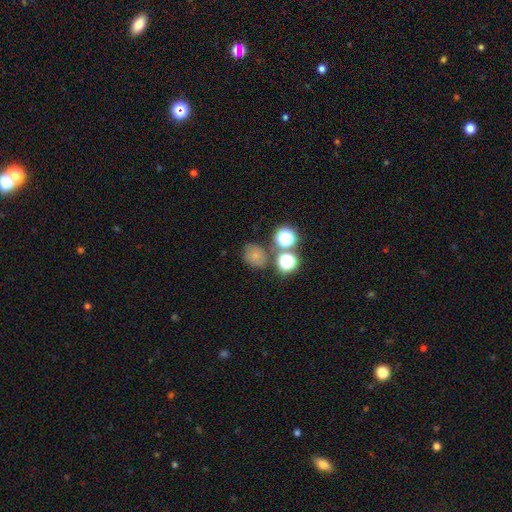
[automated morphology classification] smooth_or_featured: smooth (p=0.60) [alt: star or artifact p=0.22]
how_rounded: round (p=0.68) [alt: in between p=0.31]
merging: none (p=0.63) [alt: minor disturbance p=0.16]